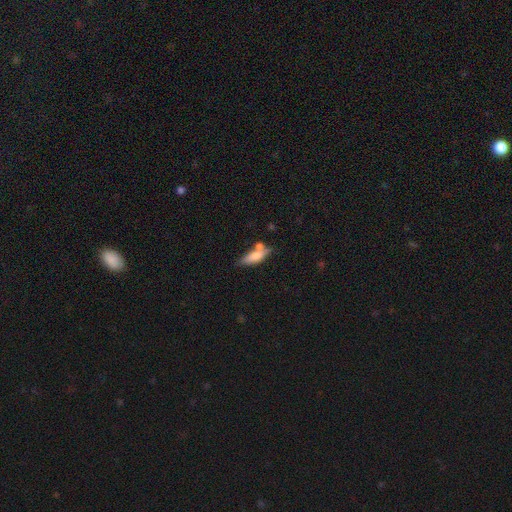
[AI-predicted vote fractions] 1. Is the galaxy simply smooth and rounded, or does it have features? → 71% smooth, 23% featured or disk, 7% star or artifact.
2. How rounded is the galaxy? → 50% in between, 47% cigar-shaped, 3% round.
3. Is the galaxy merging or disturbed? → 57% none, 19% merger, 18% minor disturbance, 5% major disturbance.